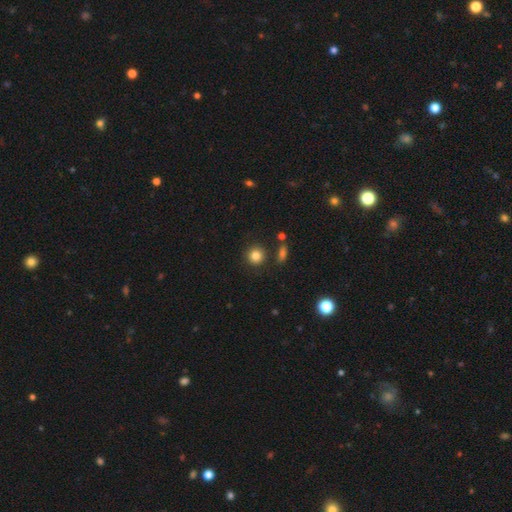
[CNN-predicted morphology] smooth 84%, star or artifact 11%, featured or disk 5%. Down the decision tree: how rounded — round (91%); merging — none (86%).